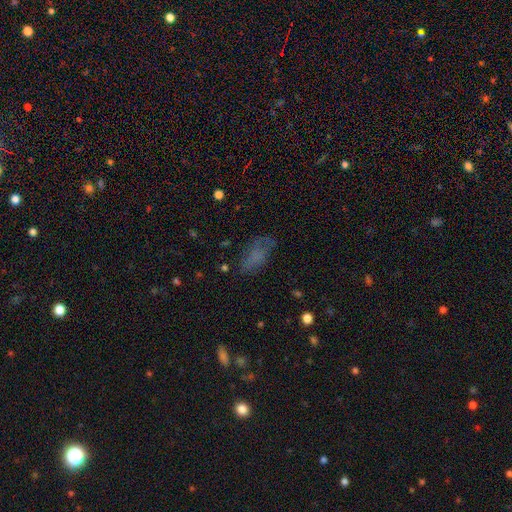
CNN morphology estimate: Smooth or featured? Predicted: smooth (p=0.61). How rounded? Predicted: in between (p=0.83). Merging? Predicted: none (p=0.54).